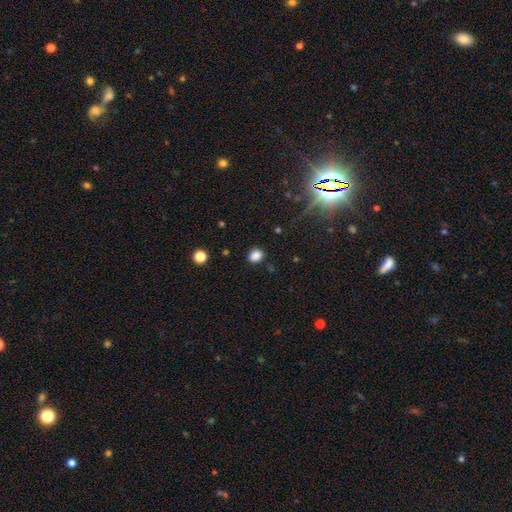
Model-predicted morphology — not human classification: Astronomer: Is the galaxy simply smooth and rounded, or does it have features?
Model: smooth — 85%.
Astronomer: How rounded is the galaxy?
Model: in between — 50% (runner-up: round, 49%).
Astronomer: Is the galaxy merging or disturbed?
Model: none — 85%.